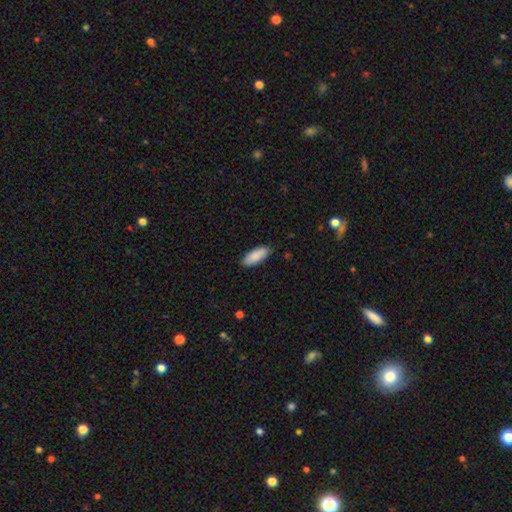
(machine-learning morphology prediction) smooth_or_featured: smooth (p=0.89) [alt: star or artifact p=0.06]
how_rounded: in between (p=0.78) [alt: cigar-shaped p=0.20]
merging: none (p=0.86) [alt: minor disturbance p=0.11]